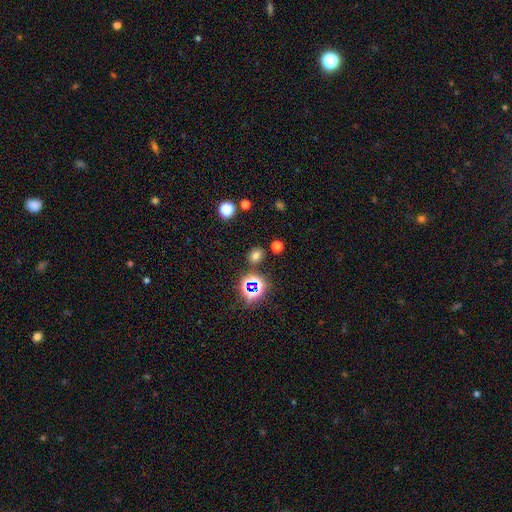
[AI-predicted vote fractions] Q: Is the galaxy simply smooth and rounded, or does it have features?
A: smooth — 64%.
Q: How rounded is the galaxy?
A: round — 55%.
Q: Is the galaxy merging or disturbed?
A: none — 84%.